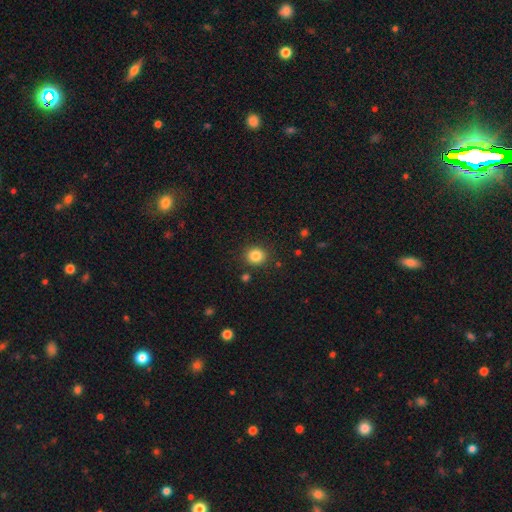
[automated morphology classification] The model was most divided on "how rounded": round: 82%, in between: 17%, cigar-shaped: 1%. More confident: merging — none (88%); smooth or featured — smooth (84%).